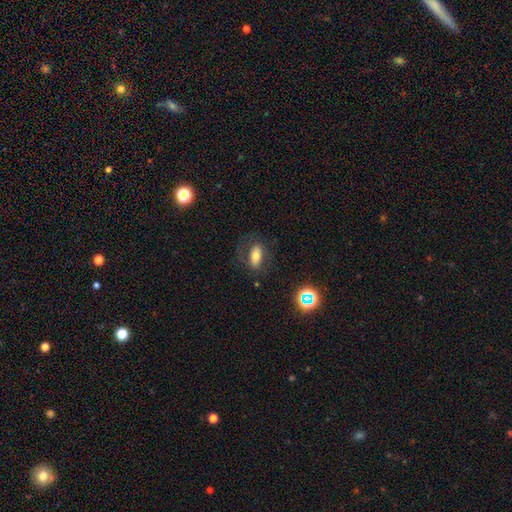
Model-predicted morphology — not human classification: type=smooth (60%); roundness=in between (84%); merging=none (69%).